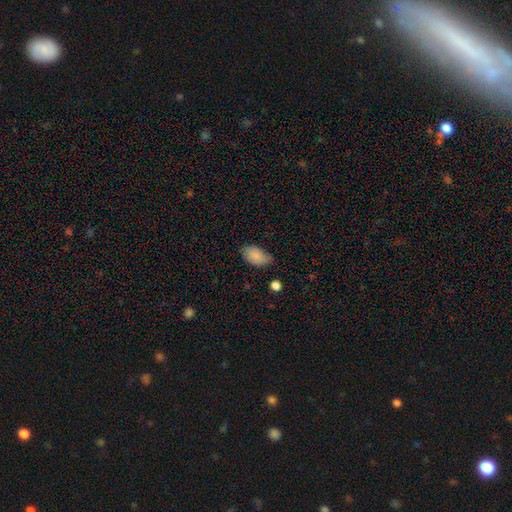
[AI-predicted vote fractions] This is clearly a smooth galaxy (86%). How rounded: clearly in between (93%). Merging: likely none (67%).